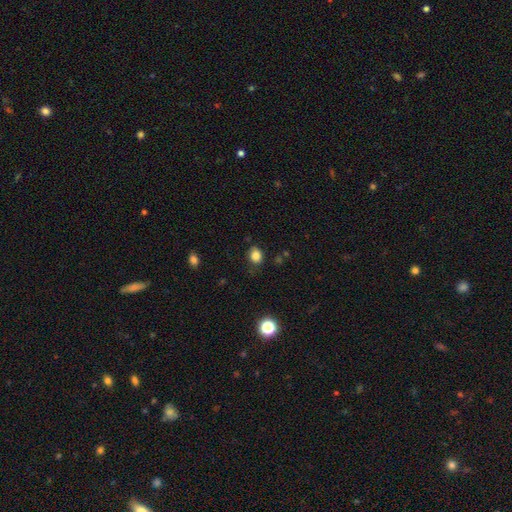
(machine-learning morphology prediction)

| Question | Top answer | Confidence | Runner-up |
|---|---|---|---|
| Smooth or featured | smooth | 83% | star or artifact (12%) |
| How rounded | round | 55% | in between (44%) |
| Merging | none | 80% | minor disturbance (14%) |